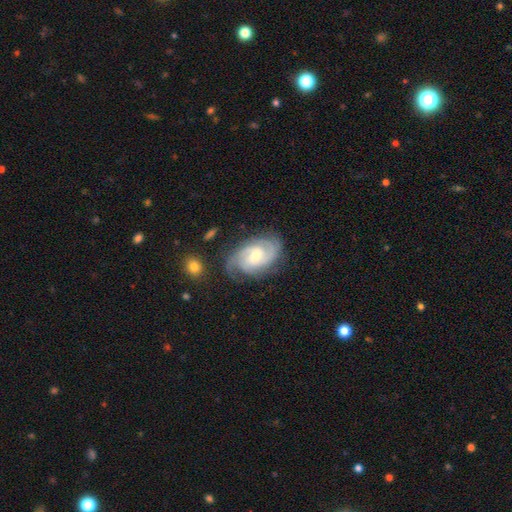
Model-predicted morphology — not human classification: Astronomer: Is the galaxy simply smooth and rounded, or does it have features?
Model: featured or disk — 84%.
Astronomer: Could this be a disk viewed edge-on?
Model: no — 97%.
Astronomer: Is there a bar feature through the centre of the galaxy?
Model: no — 48% (runner-up: weak, 43%).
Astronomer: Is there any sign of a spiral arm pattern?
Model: yes — 96%.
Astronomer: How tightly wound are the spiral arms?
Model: tight — 54% (runner-up: medium, 37%).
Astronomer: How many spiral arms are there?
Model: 2 — 39% (runner-up: 3, 29%).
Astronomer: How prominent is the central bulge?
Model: moderate — 48%, tied with small at 48%.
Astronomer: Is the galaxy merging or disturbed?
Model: none — 72%.